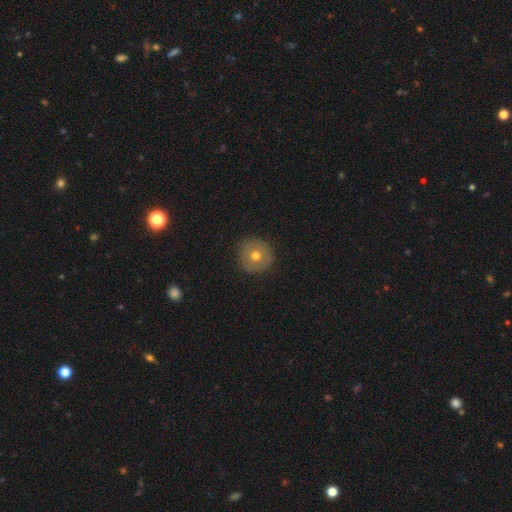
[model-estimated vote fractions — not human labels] Smooth or featured?
  - smooth: 60% *
  - featured or disk: 30%
  - star or artifact: 10%
How rounded?
  - round: 95% *
  - in between: 4%
  - cigar-shaped: 1%
Merging?
  - none: 88% *
  - minor disturbance: 9%
  - major disturbance: 2%
  - merger: 1%